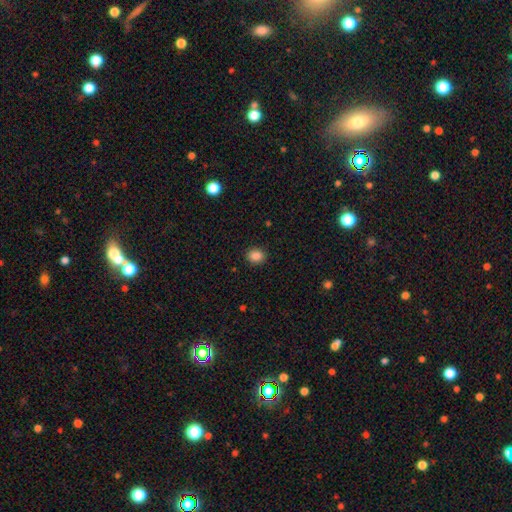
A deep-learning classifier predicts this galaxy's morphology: smooth 87%, star or artifact 10%, featured or disk 3%. Down the decision tree: how rounded — round (61%); merging — none (90%).